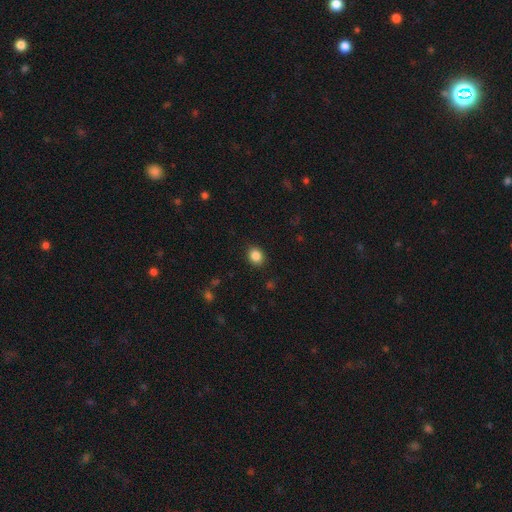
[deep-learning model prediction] A smooth galaxy with no disk features (86%) that is round (64%).

Vote fractions:
- Smooth or featured? smooth: 86% / star or artifact: 10% / featured or disk: 5%
- How rounded? round: 64% / in between: 35% / cigar-shaped: 1%
- Merging? none: 89% / minor disturbance: 7% / major disturbance: 2% / merger: 1%